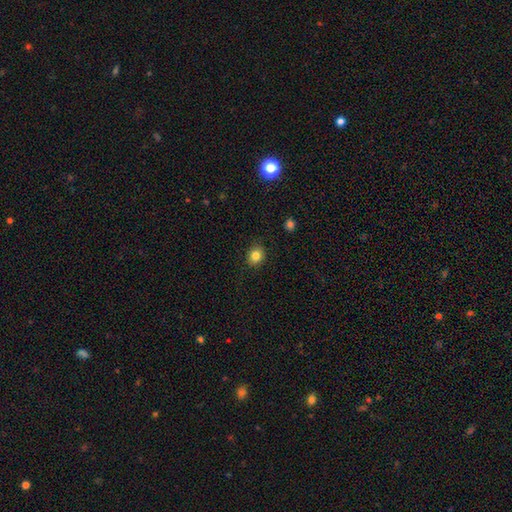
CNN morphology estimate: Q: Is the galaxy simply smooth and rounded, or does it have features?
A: smooth — 83%.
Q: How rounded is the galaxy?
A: round — 66%.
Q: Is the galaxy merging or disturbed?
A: none — 87%.